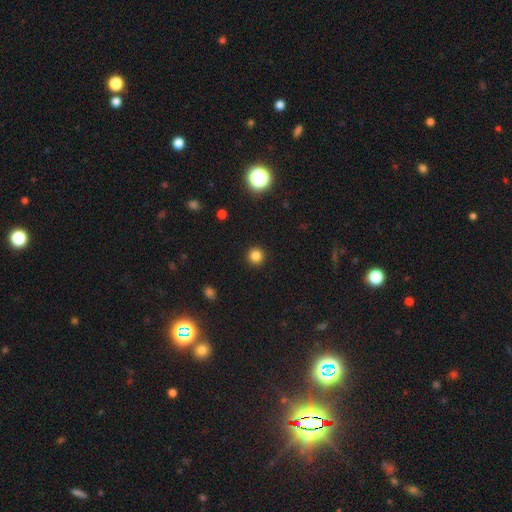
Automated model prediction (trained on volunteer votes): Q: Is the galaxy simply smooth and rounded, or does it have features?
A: smooth — 82%.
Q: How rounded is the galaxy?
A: round — 95%.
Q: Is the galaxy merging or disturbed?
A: none — 93%.